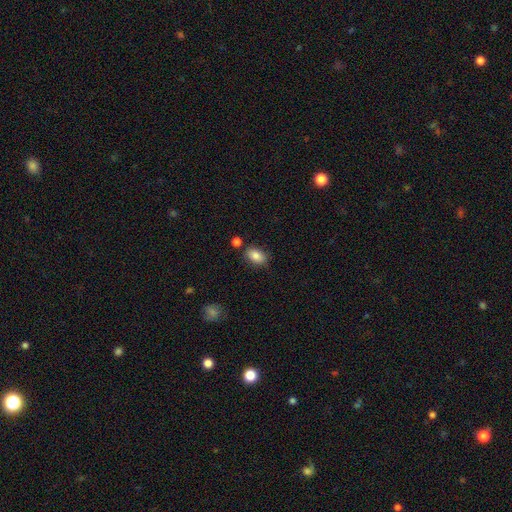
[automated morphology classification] type=smooth (85%); roundness=in between (86%); merging=none (78%).